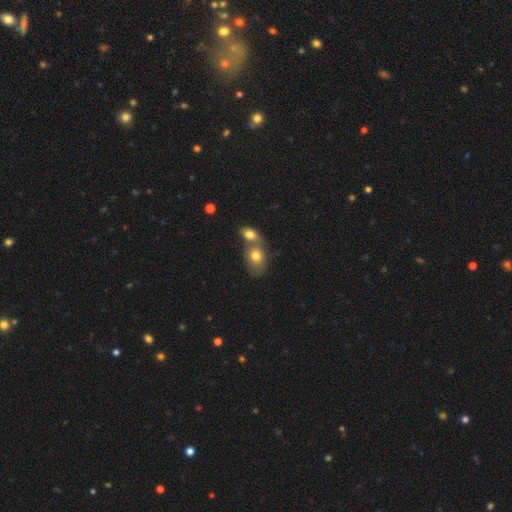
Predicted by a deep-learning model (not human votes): This appears to be a smooth galaxy with no disk features (74%) that is in between round and cigar-shaped (72%). Merging: merger (60%).